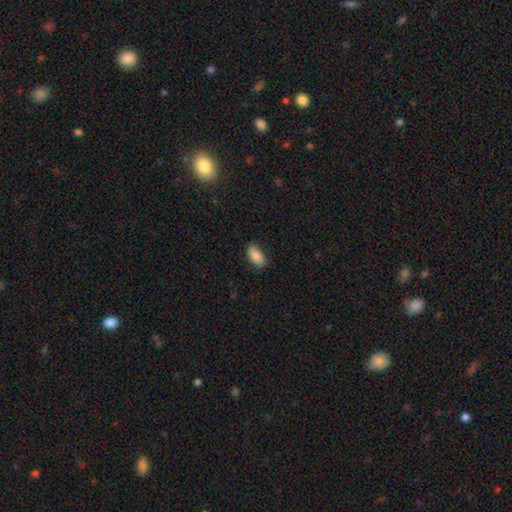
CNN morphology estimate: Smooth or featured: smooth — 84% (featured or disk — 9%)
How rounded: in between — 91% (cigar-shaped — 6%)
Merging: none — 82% (minor disturbance — 15%)